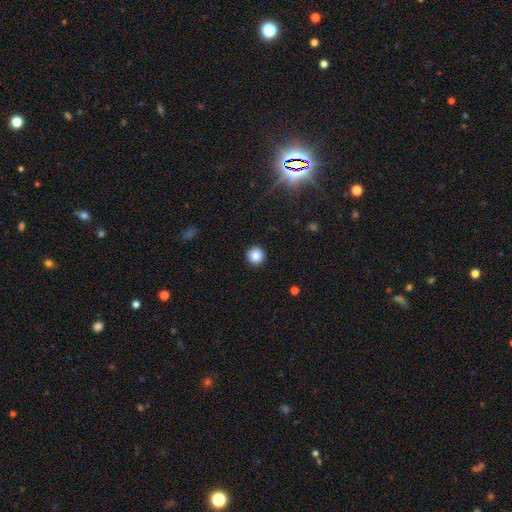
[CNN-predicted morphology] A smooth galaxy with no disk features (86%) that is round (96%).

Vote fractions:
- Smooth or featured? smooth: 86% / star or artifact: 10% / featured or disk: 4%
- How rounded? round: 96% / in between: 3% / cigar-shaped: 1%
- Merging? none: 93% / minor disturbance: 5% / major disturbance: 2% / merger: 1%